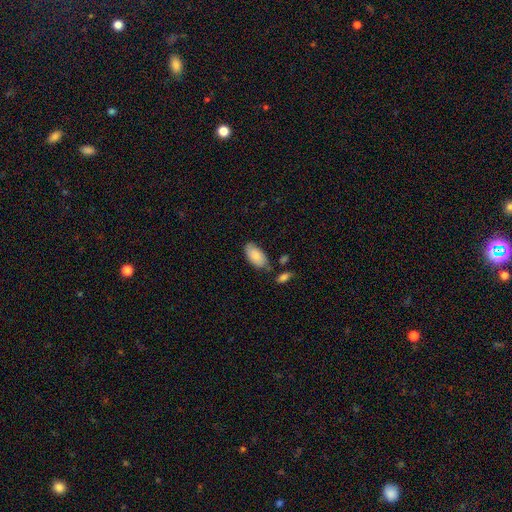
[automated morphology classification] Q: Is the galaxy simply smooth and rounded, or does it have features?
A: smooth — 83%.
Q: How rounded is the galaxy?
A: in between — 95%.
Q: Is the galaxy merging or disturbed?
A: none — 70%.